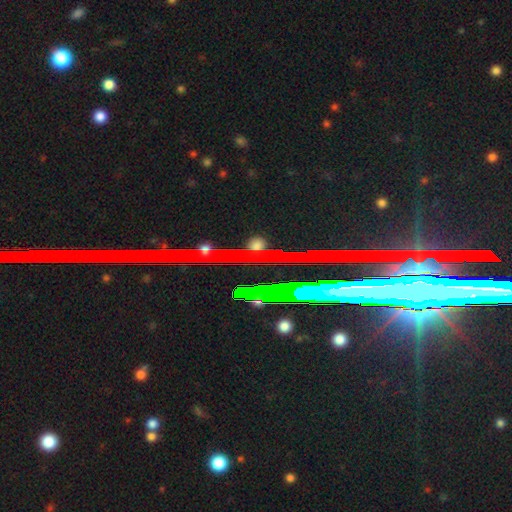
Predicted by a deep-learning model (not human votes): This appears to be a star or artifact, not a galaxy (76%).